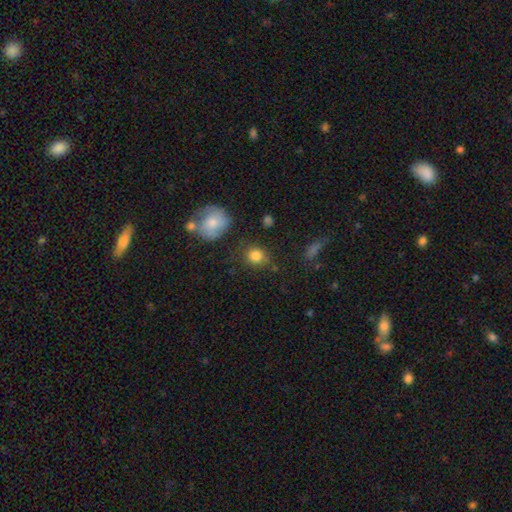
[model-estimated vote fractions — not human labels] This appears to be a smooth galaxy with no disk features (83%) that is round (78%). Merging: none (71%).